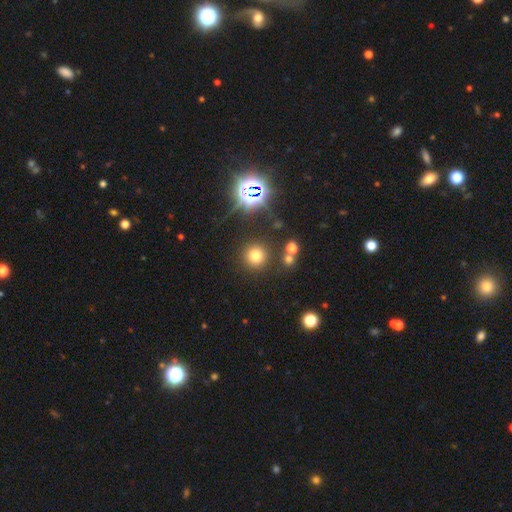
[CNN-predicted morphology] smooth 70%, star or artifact 23%, featured or disk 8%. Down the decision tree: how rounded — round (93%); merging — none (85%).